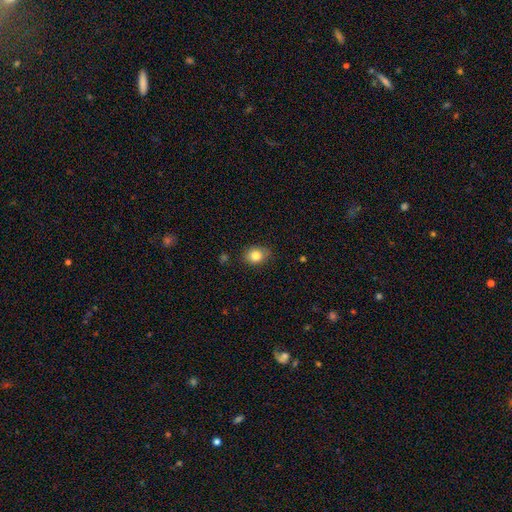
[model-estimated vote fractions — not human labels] Smooth or featured: smooth — 82% (star or artifact — 10%)
How rounded: in between — 50% (round — 49%)
Merging: none — 81% (minor disturbance — 15%)